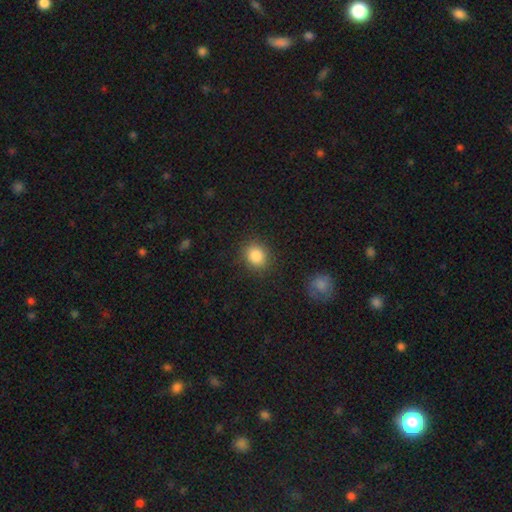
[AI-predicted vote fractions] smooth_or_featured: smooth (p=0.86) [alt: star or artifact p=0.10]
how_rounded: round (p=0.71) [alt: in between p=0.29]
merging: none (p=0.86) [alt: minor disturbance p=0.09]